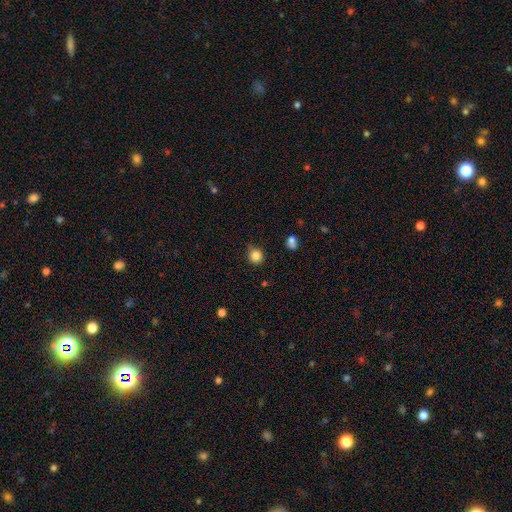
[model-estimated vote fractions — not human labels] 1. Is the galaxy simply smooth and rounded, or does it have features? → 84% smooth, 12% star or artifact, 5% featured or disk.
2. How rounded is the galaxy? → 90% round, 9% in between, 1% cigar-shaped.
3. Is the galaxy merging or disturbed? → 78% none, 16% minor disturbance, 3% major disturbance, 2% merger.